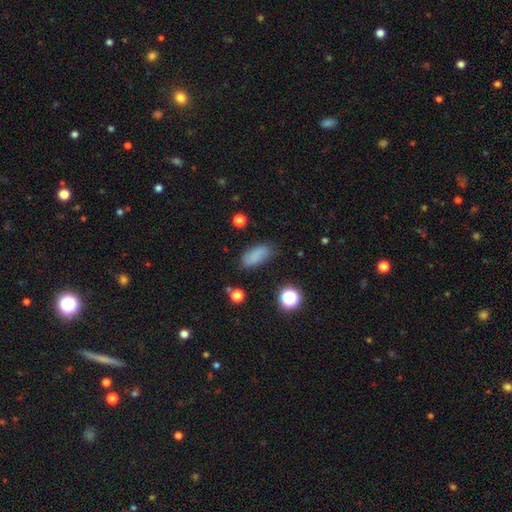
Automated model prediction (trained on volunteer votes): smooth_or_featured: smooth (p=0.80) [alt: star or artifact p=0.12]
how_rounded: in between (p=0.83) [alt: cigar-shaped p=0.12]
merging: none (p=0.77) [alt: minor disturbance p=0.17]